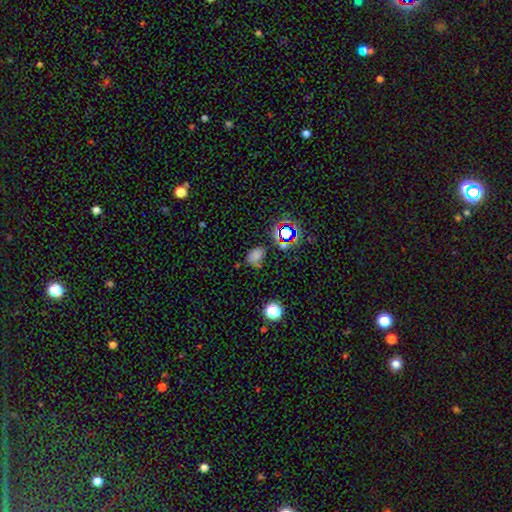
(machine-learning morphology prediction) smooth-or-featured: smooth: 61% | star or artifact: 28% | featured or disk: 12%
  how-rounded: in between: 70% | round: 29% | cigar-shaped: 1%
  merging: none: 53% | minor disturbance: 27% | major disturbance: 13% | merger: 7%